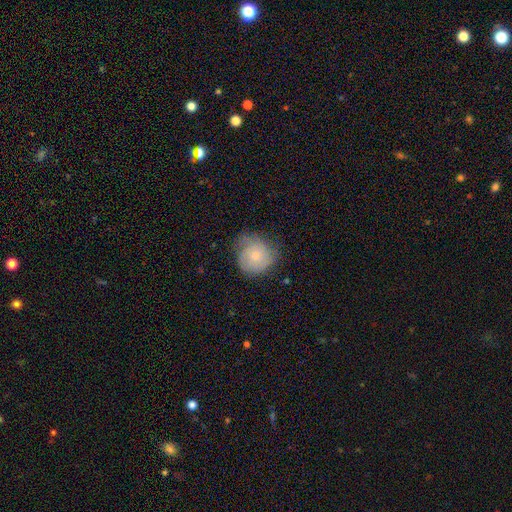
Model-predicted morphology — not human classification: A smooth galaxy with no disk features (56%) that is round (87%). Merging: none (62%).